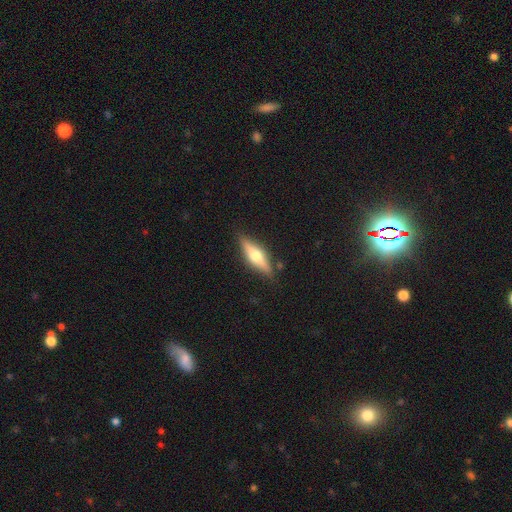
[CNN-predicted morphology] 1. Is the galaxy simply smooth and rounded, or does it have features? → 57% featured or disk, 37% smooth, 6% star or artifact.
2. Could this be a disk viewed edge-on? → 94% yes, 6% no.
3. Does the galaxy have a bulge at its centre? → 92% rounded, 5% boxy, 3% none.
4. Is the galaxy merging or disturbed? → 84% none, 11% minor disturbance, 3% major disturbance, 2% merger.